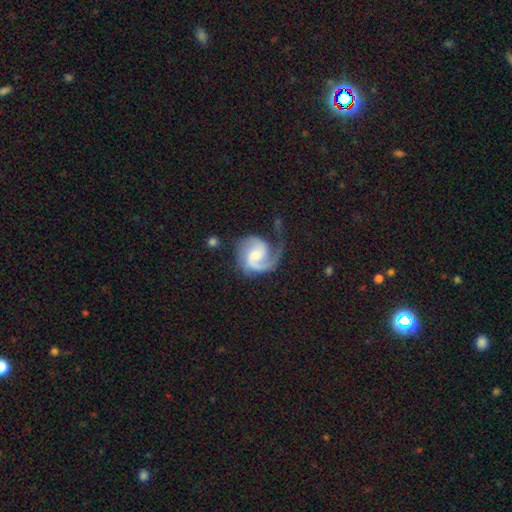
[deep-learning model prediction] The model was most divided on "bar": no: 47%, weak: 43%, strong: 10%. Remaining: edge-on disk — no (98%); spiral arms — yes (97%); smooth or featured — featured or disk (87%); spiral arm count — 2 (65%); merging — none (52%); spiral winding — medium (50%); bulge size — moderate (45%).